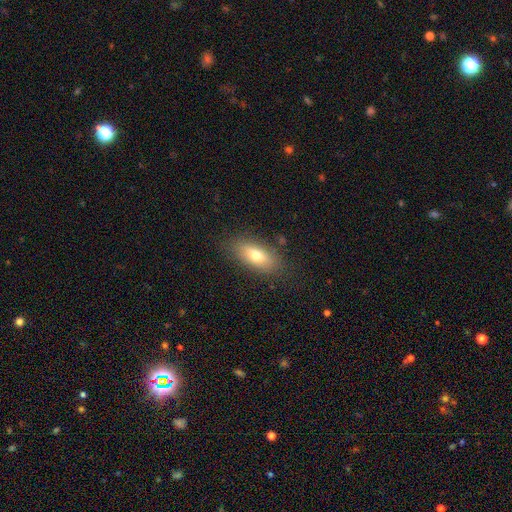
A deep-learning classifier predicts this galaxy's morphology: type=smooth (70%); roundness=in between (80%); merging=none (82%).